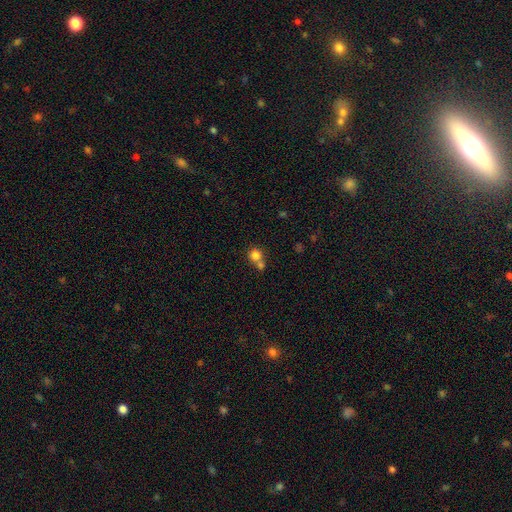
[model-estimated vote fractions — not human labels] Morphology: type=smooth (79%); roundness=round (88%); merging=merger (46%).